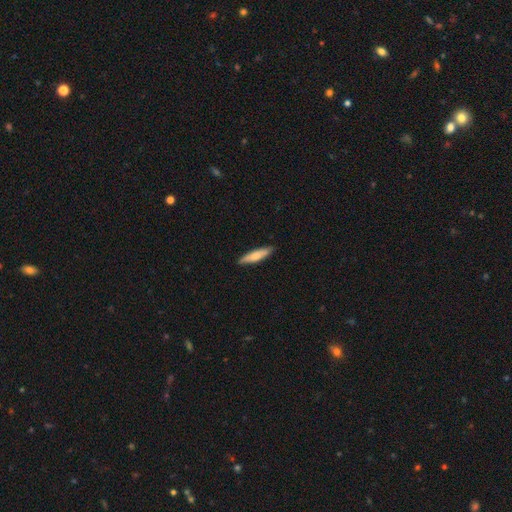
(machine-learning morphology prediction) smooth-or-featured: smooth: 70% | featured or disk: 24% | star or artifact: 5%
  how-rounded: cigar-shaped: 79% | in between: 19% | round: 1%
  merging: none: 87% | minor disturbance: 10% | major disturbance: 2% | merger: 1%